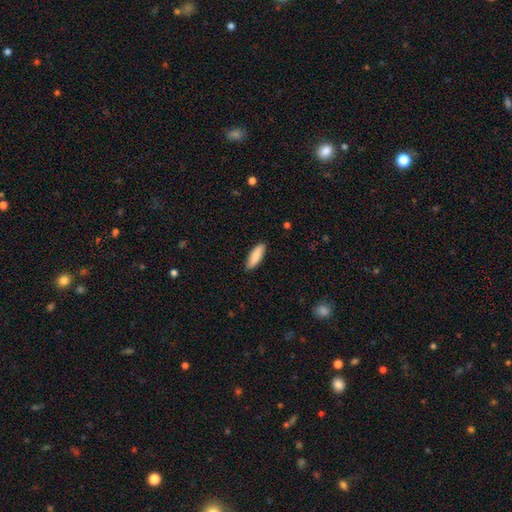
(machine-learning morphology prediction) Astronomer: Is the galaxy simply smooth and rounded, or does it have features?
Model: smooth — 87%.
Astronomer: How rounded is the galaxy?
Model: in between — 56% (runner-up: cigar-shaped, 43%).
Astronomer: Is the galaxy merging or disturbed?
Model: none — 87%.